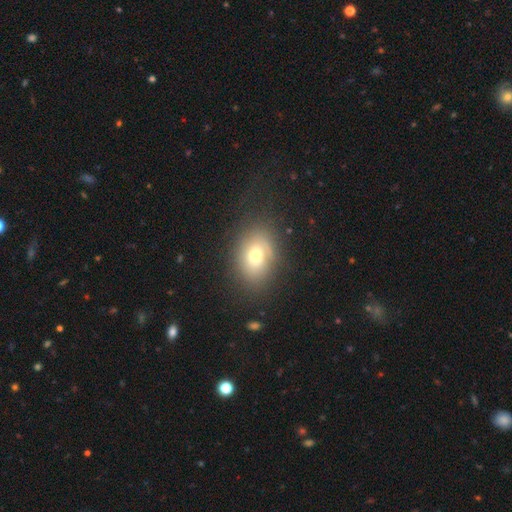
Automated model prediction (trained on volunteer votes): Morphology: type=smooth (68%); roundness=in between (70%); merging=none (74%).